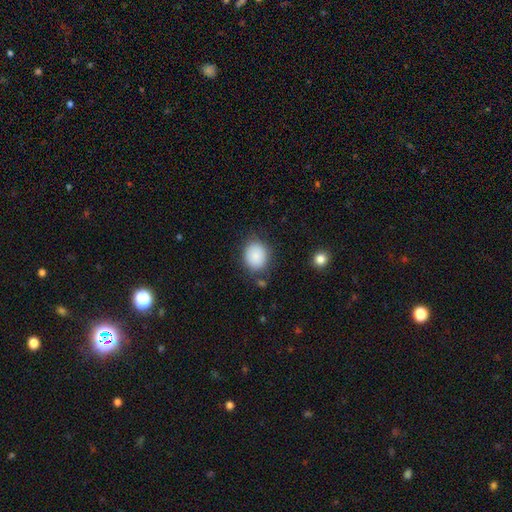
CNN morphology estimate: smooth-or-featured: smooth: 87% | star or artifact: 8% | featured or disk: 5%
  how-rounded: round: 57% | in between: 42% | cigar-shaped: 1%
  merging: none: 78% | minor disturbance: 15% | major disturbance: 4% | merger: 3%